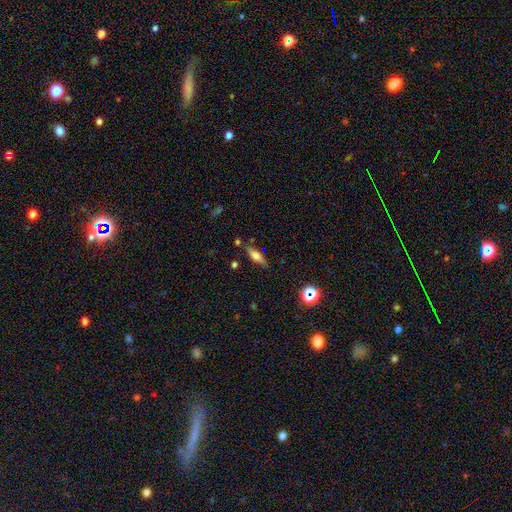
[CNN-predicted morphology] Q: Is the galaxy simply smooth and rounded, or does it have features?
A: smooth — 55%.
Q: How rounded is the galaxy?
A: cigar-shaped — 53%.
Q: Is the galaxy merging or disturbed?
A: none — 77%.